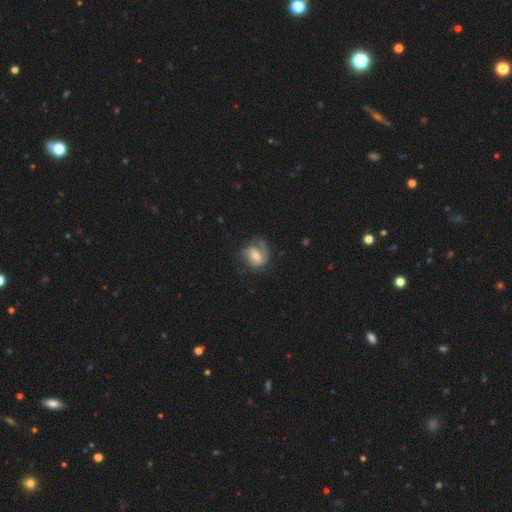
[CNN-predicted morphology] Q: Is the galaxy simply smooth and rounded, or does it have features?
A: featured or disk — 67%.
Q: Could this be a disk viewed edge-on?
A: no — 97%.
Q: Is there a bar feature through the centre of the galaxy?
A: weak — 43%, tied with no.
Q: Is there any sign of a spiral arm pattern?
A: yes — 89%.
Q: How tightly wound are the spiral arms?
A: medium — 42%.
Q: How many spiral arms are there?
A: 2 — 49%.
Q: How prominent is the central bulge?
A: moderate — 61%.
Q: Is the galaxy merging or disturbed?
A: none — 57%.